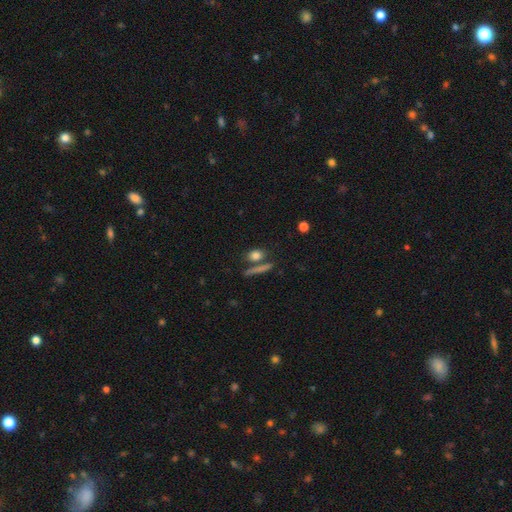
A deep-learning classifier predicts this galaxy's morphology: smooth_or_featured: smooth (p=0.79) [alt: featured or disk p=0.11]
how_rounded: in between (p=0.49) [alt: round p=0.29]
merging: none (p=0.65) [alt: merger p=0.19]